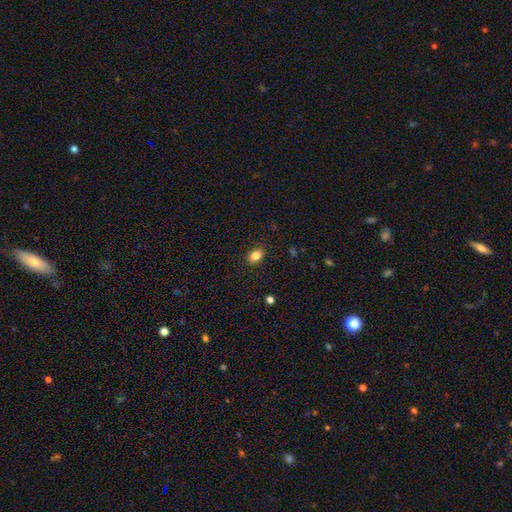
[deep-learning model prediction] Q: Smooth or featured?
A: smooth (84%); runner-up: star or artifact (10%)
Q: How rounded?
A: in between (71%); runner-up: round (28%)
Q: Merging?
A: none (88%); runner-up: minor disturbance (9%)